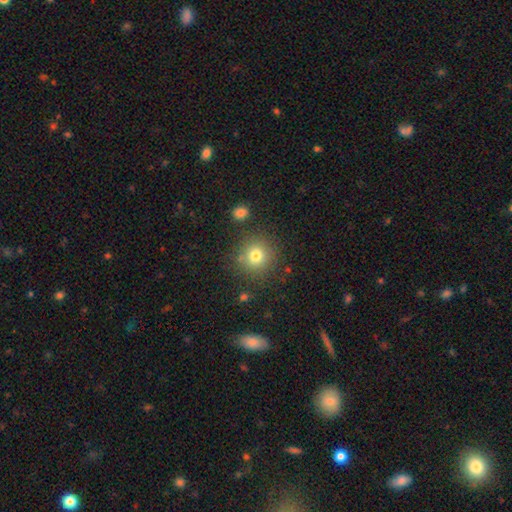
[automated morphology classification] A smooth galaxy with no disk features (77%) that is round (92%). Merging: none (83%).